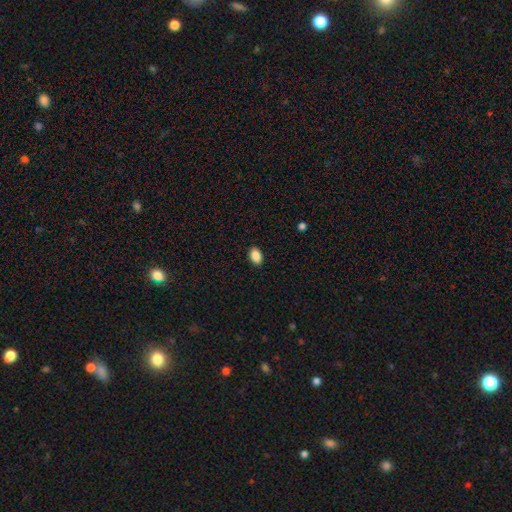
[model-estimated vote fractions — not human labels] This appears to be a smooth galaxy with no disk features (89%) that is in between round and cigar-shaped (85%). Merging: none (90%).